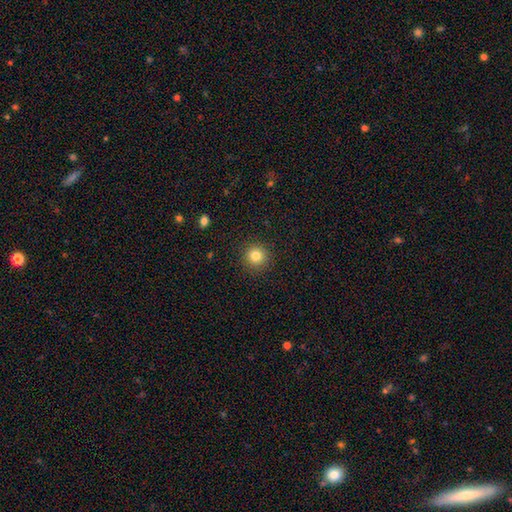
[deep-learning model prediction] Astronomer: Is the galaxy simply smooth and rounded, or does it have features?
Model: smooth — 82%.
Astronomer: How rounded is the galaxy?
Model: round — 95%.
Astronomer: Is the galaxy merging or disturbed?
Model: none — 91%.